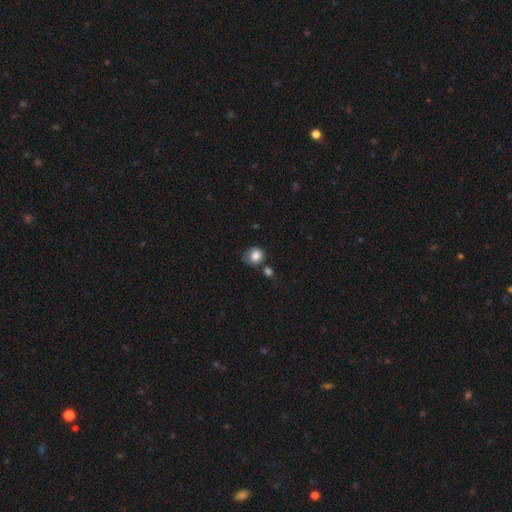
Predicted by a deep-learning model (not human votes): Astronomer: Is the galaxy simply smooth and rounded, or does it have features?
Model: smooth — 83%.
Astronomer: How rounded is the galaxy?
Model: round — 75%.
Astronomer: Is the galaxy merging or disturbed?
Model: none — 58%.